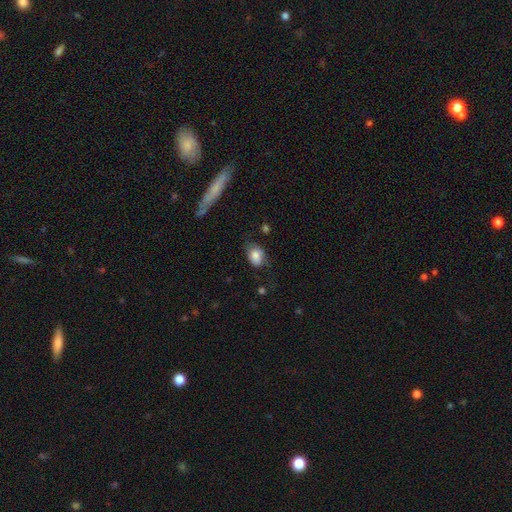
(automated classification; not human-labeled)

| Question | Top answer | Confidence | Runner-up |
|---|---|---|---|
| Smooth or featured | smooth | 78% | featured or disk (15%) |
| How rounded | in between | 75% | round (24%) |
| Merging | none | 58% | minor disturbance (29%) |